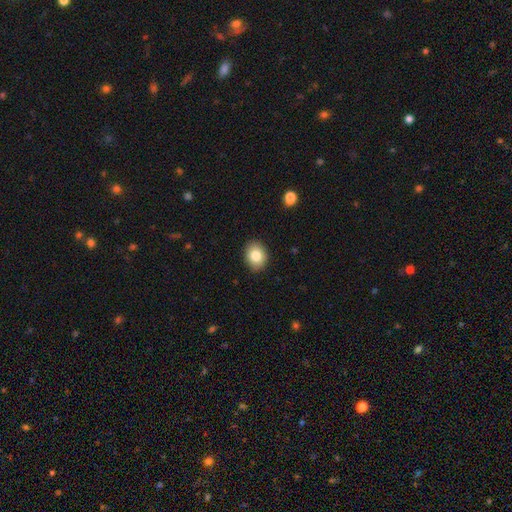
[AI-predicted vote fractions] smooth 84%, star or artifact 8%, featured or disk 8%. Down the decision tree: how rounded — in between (51%); merging — none (89%).